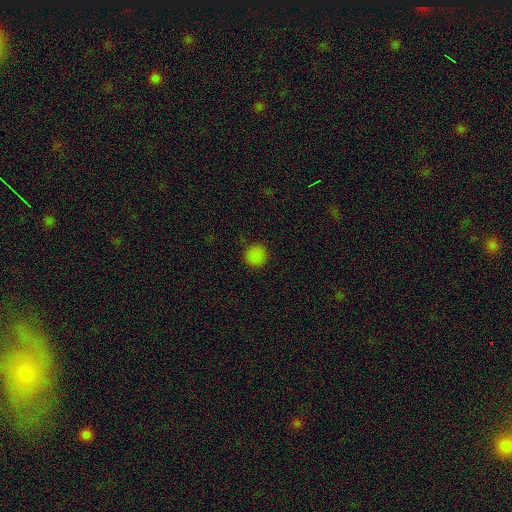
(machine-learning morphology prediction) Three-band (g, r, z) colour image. It shows a smooth galaxy with no disk features (83%) that is round (91%). Merging: none (89%).